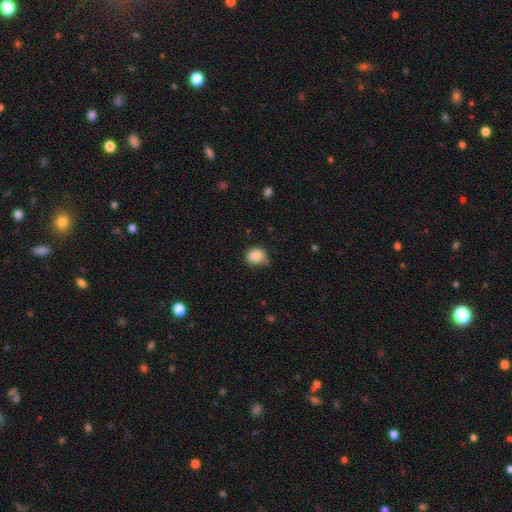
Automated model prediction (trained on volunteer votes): smooth-or-featured: smooth: 86% | star or artifact: 9% | featured or disk: 5%
  how-rounded: round: 59% | in between: 40% | cigar-shaped: 1%
  merging: none: 55% | minor disturbance: 36% | major disturbance: 7% | merger: 2%